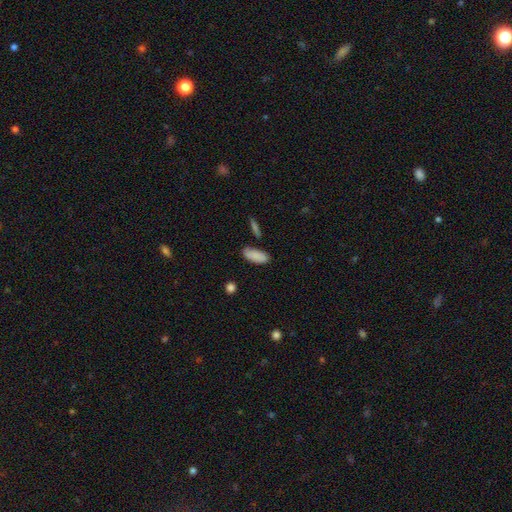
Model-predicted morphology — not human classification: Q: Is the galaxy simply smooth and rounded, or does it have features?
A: smooth — 88%.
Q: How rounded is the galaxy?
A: in between — 80%.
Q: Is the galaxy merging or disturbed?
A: none — 80%.